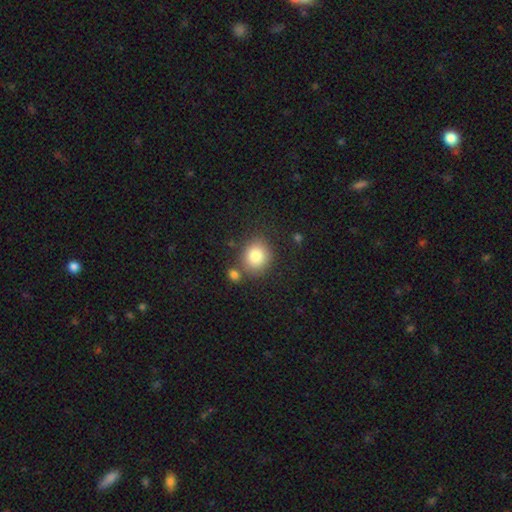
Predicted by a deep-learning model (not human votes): smooth-or-featured: smooth: 83% | star or artifact: 9% | featured or disk: 7%
  how-rounded: round: 81% | in between: 18% | cigar-shaped: 1%
  merging: none: 74% | merger: 11% | minor disturbance: 11% | major disturbance: 4%